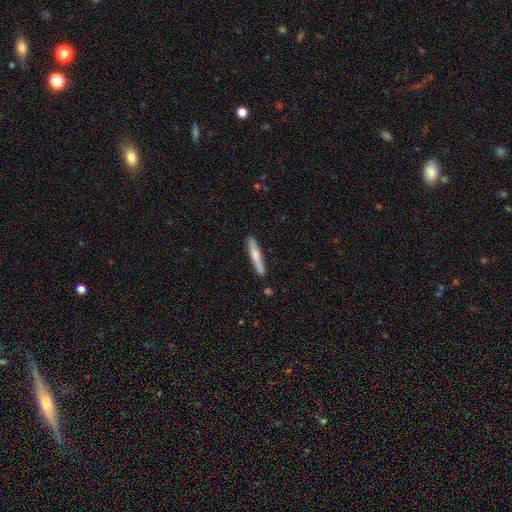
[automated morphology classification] Smooth or featured: smooth — 64% (featured or disk — 30%)
How rounded: cigar-shaped — 92% (in between — 6%)
Merging: none — 86% (minor disturbance — 10%)